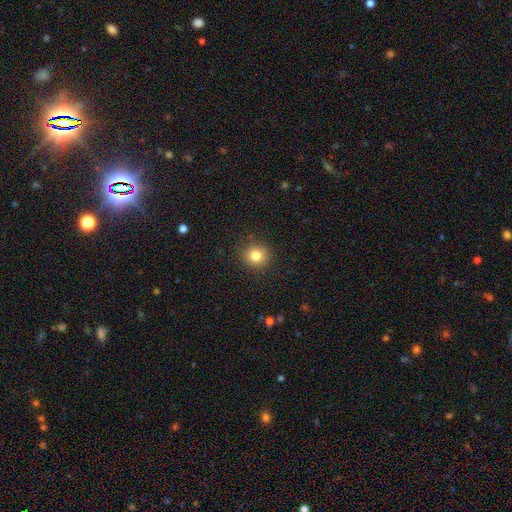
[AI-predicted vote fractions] Q: Smooth or featured?
A: smooth (82%); runner-up: star or artifact (12%)
Q: How rounded?
A: round (90%); runner-up: in between (10%)
Q: Merging?
A: none (90%); runner-up: minor disturbance (6%)